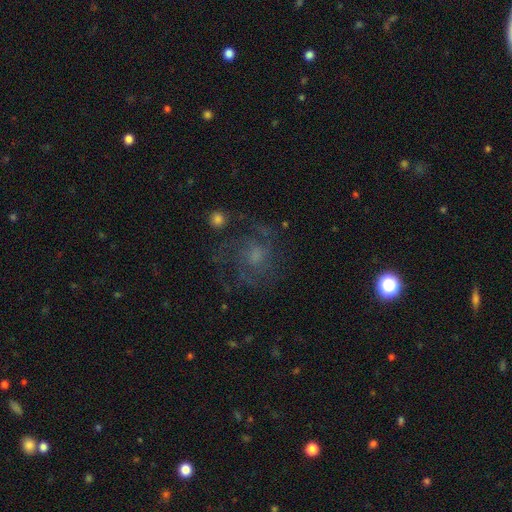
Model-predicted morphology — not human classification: Smooth or featured?
  - featured or disk: 66% *
  - smooth: 20%
  - star or artifact: 14%
Edge-on disk?
  - no: 98% *
  - yes: 2%
Bar?
  - no: 71% *
  - weak: 26%
  - strong: 3%
Spiral arms?
  - yes: 84% *
  - no: 16%
Spiral winding?
  - medium: 46% *
  - tight: 34%
  - loose: 20%
Spiral arm count?
  - can't tell: 37% *
  - 3: 22%
  - 2: 18%
  - 4: 11%
  - 1: 7%
  - more than 4: 6%
Bulge size?
  - small: 40% *
  - moderate: 36%
  - none: 17%
  - large: 5%
  - dominant: 1%
Merging?
  - none: 62% *
  - major disturbance: 19%
  - minor disturbance: 17%
  - merger: 3%